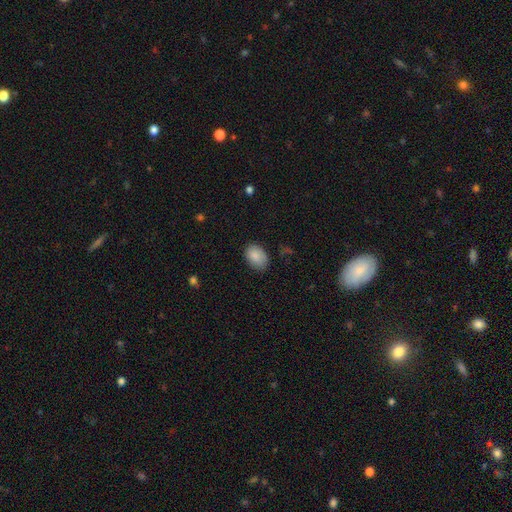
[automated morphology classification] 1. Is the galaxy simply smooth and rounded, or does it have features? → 88% smooth, 7% star or artifact, 6% featured or disk.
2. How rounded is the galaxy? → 85% in between, 14% round, 1% cigar-shaped.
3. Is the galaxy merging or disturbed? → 80% none, 15% minor disturbance, 3% major disturbance, 1% merger.